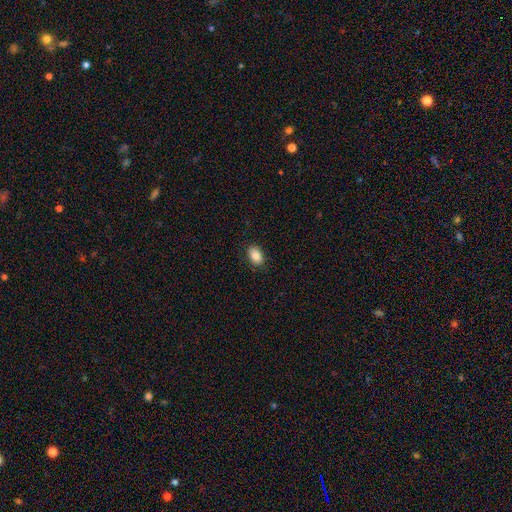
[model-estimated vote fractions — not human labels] Morphology: type=smooth (86%); roundness=in between (86%); merging=none (87%).